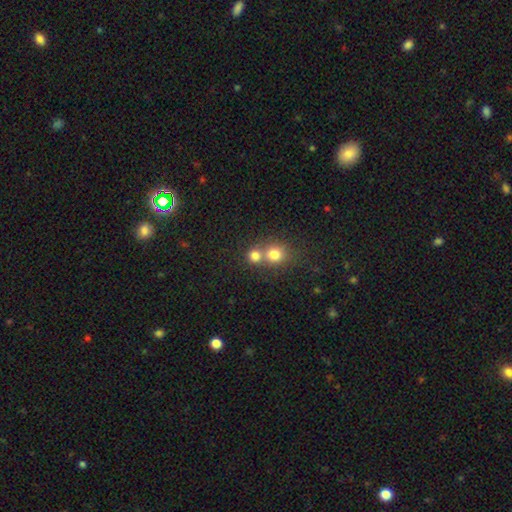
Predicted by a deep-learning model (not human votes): Smooth or featured? Predicted: smooth (p=0.75). How rounded? Predicted: round (p=0.85). Merging? Predicted: merger (p=0.52).